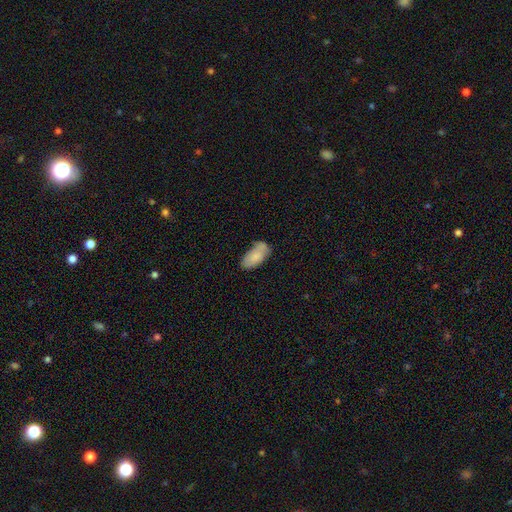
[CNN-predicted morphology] A smooth galaxy with no disk features (78%) that is in between round and cigar-shaped (93%). Merging: none (51%).